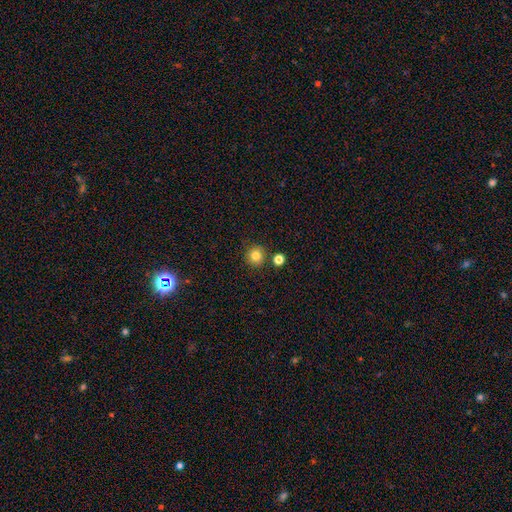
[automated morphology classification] A smooth galaxy with no disk features (81%) that is round (93%).

Vote fractions:
- Smooth or featured? smooth: 81% / star or artifact: 12% / featured or disk: 6%
- How rounded? round: 93% / in between: 6% / cigar-shaped: 1%
- Merging? none: 84% / minor disturbance: 7% / merger: 6% / major disturbance: 2%